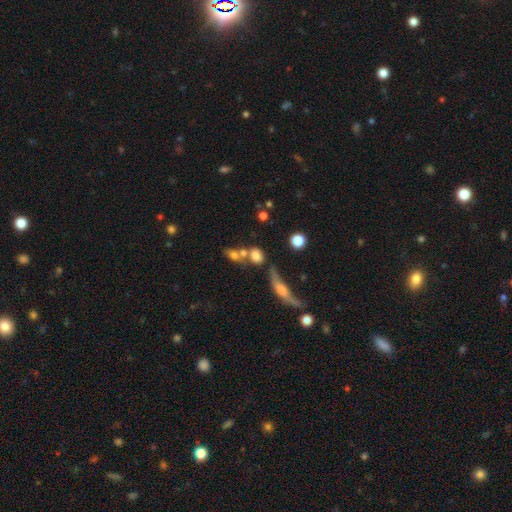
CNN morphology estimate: type=smooth (68%); roundness=in between (47%); merging=merger (43%).